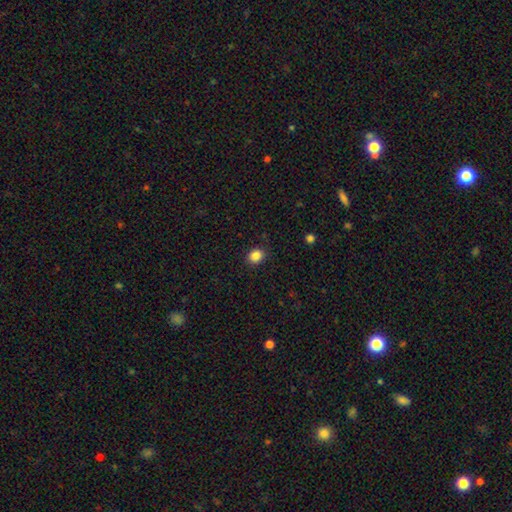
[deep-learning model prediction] smooth_or_featured: smooth (p=0.86) [alt: star or artifact p=0.10]
how_rounded: round (p=0.60) [alt: in between p=0.39]
merging: none (p=0.89) [alt: minor disturbance p=0.08]